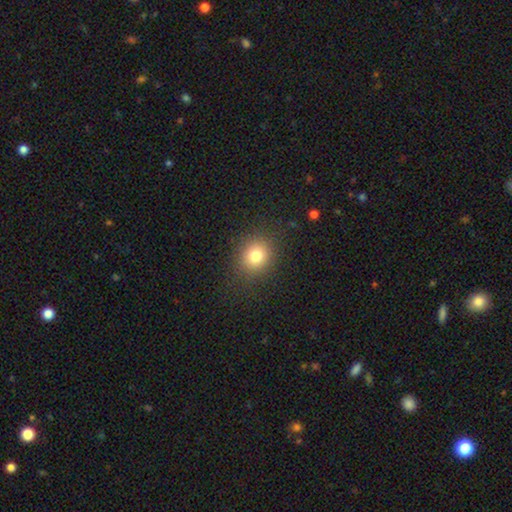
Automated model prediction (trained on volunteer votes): This is likely a smooth galaxy (79%). How rounded: likely round (77%). Merging: clearly none (88%).